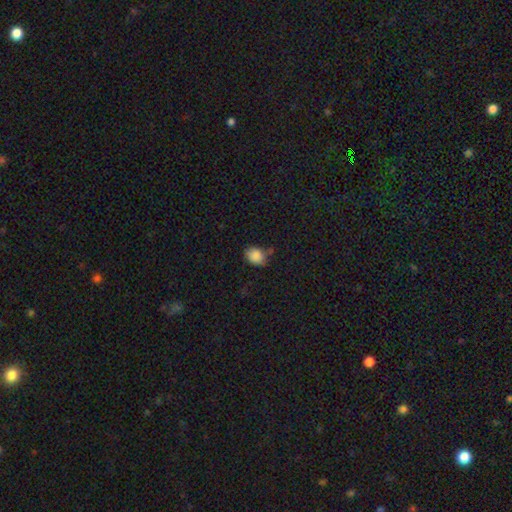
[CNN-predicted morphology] type=smooth (87%); roundness=in between (58%); merging=none (64%).